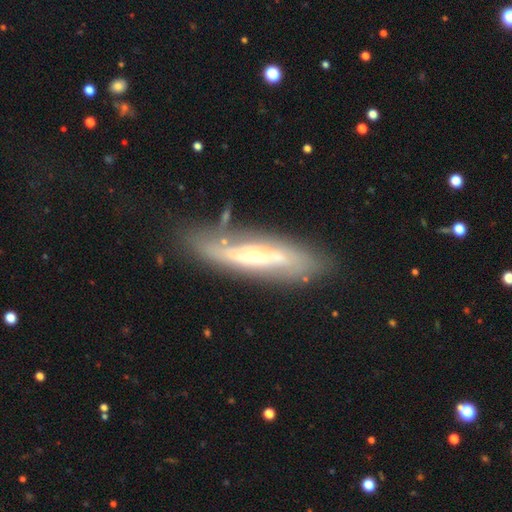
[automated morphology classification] The model was most divided on "edge-on disk": no: 58%, yes: 42%. More confident: merging — none (70%); smooth or featured — featured or disk (70%).